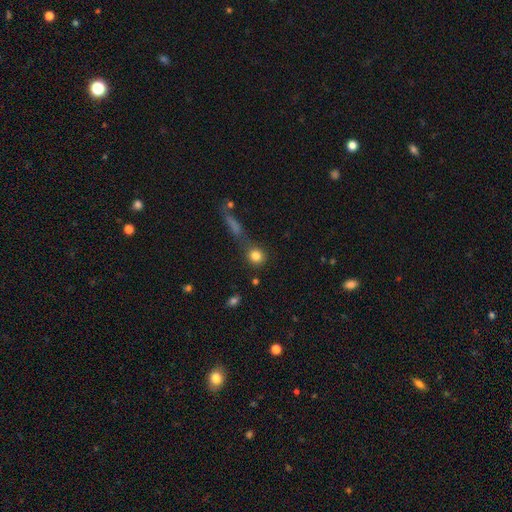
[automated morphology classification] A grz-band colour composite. It shows a smooth galaxy with no disk features (82%) that is round (84%). Merging: none (65%).